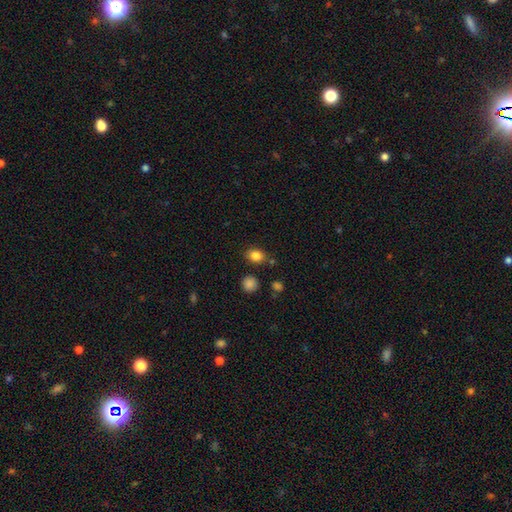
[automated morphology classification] The model was most divided on "how rounded": round: 50%, in between: 49%, cigar-shaped: 1%. More confident: smooth or featured — smooth (84%); merging — none (78%).